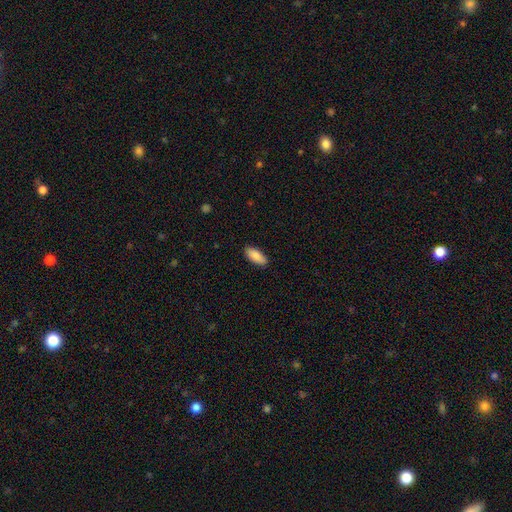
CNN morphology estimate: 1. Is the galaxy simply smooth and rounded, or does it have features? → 88% smooth, 6% featured or disk, 6% star or artifact.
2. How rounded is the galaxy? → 86% in between, 12% cigar-shaped, 2% round.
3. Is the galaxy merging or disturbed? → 88% none, 9% minor disturbance, 2% major disturbance, 1% merger.